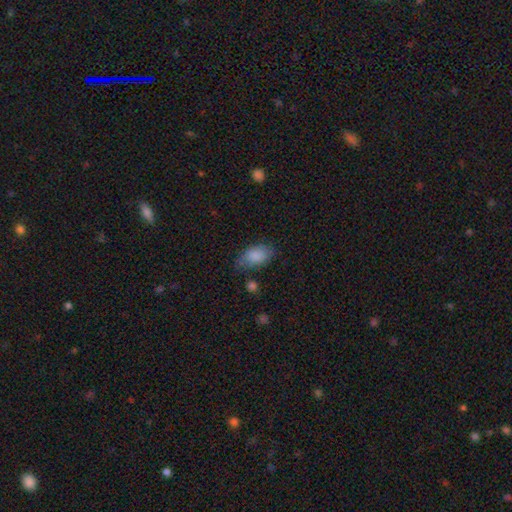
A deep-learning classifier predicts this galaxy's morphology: A smooth galaxy with no disk features (85%) that is in between round and cigar-shaped (91%).

Vote fractions:
- Smooth or featured? smooth: 85% / star or artifact: 8% / featured or disk: 7%
- How rounded? in between: 91% / round: 7% / cigar-shaped: 2%
- Merging? none: 61% / minor disturbance: 27% / major disturbance: 8% / merger: 4%